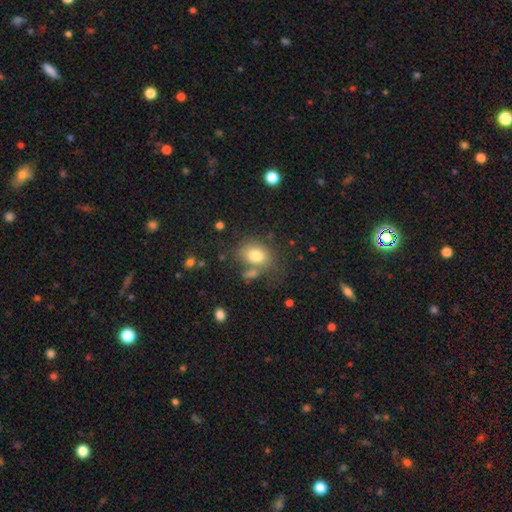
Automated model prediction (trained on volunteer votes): Smooth or featured? smooth (78%)
How rounded? in between (62%)
Merging? none (60%)